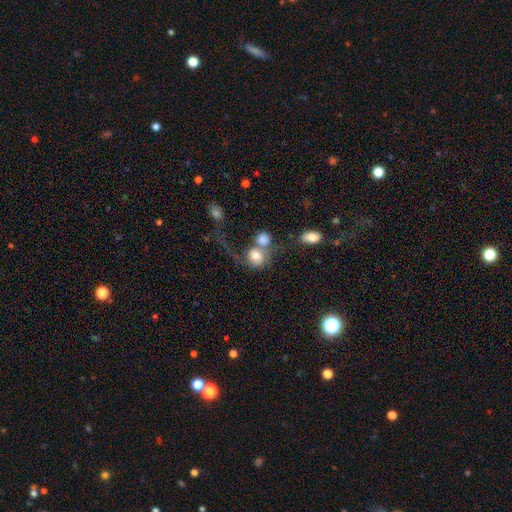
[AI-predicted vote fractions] A smooth galaxy with no disk features (67%) that is round (73%).

Vote fractions:
- Smooth or featured? smooth: 67% / featured or disk: 23% / star or artifact: 10%
- How rounded? round: 73% / in between: 26% / cigar-shaped: 1%
- Merging? merger: 55% / none: 19% / major disturbance: 18% / minor disturbance: 8%